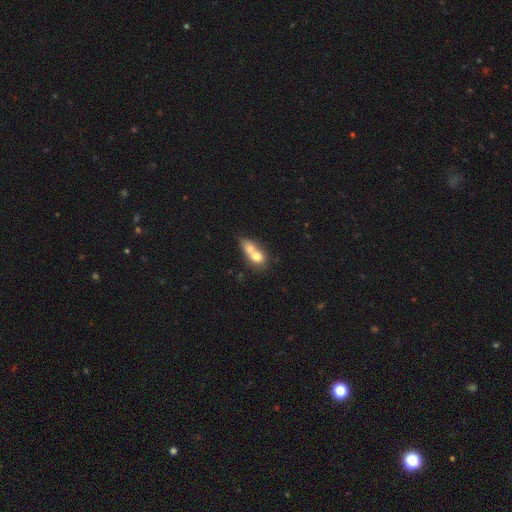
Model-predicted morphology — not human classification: Smooth or featured?
  - smooth: 67% *
  - featured or disk: 25%
  - star or artifact: 9%
How rounded?
  - in between: 53% *
  - round: 40%
  - cigar-shaped: 6%
Merging?
  - merger: 73% *
  - none: 16%
  - minor disturbance: 7%
  - major disturbance: 5%